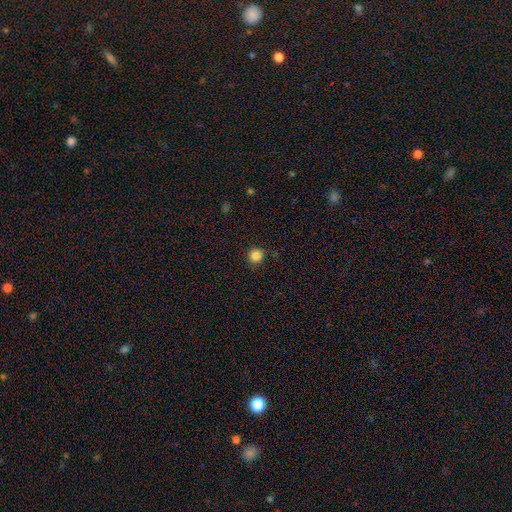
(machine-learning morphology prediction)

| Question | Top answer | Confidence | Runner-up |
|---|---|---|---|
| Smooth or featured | smooth | 85% | star or artifact (11%) |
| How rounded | round | 93% | in between (6%) |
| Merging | none | 90% | minor disturbance (7%) |